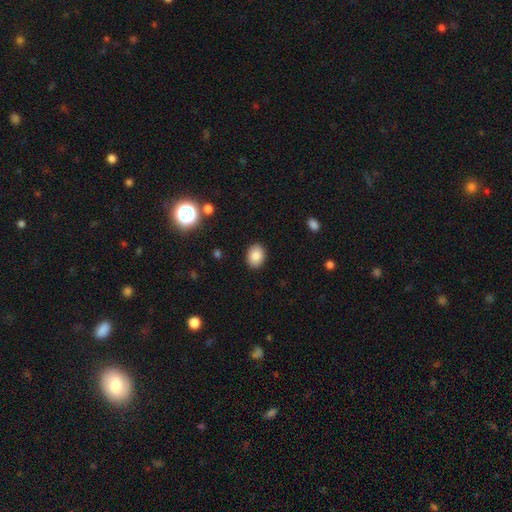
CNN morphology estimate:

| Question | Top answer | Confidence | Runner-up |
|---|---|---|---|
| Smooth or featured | smooth | 86% | star or artifact (9%) |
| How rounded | in between | 65% | round (34%) |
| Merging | none | 89% | minor disturbance (8%) |